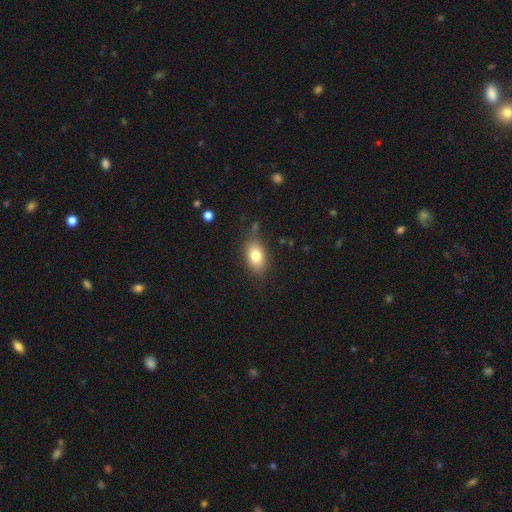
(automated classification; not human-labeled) Q: Smooth or featured?
A: smooth (81%); runner-up: featured or disk (11%)
Q: How rounded?
A: in between (87%); runner-up: round (10%)
Q: Merging?
A: none (79%); runner-up: minor disturbance (15%)